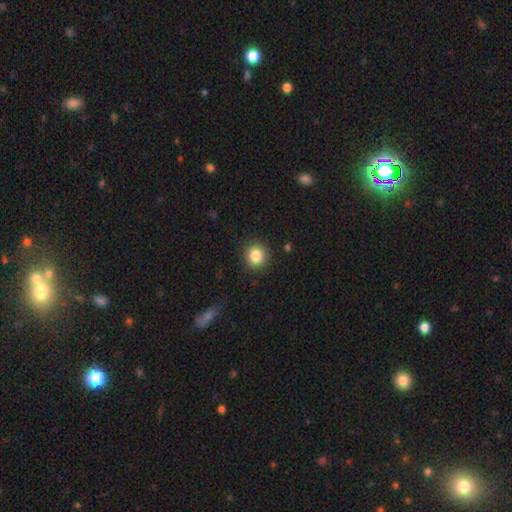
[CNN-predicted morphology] A smooth galaxy with no disk features (84%) that is round (91%). Merging: none (90%).